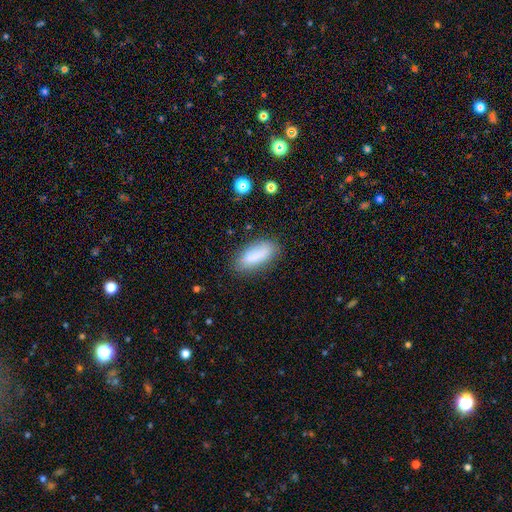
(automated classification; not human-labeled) This is clearly a smooth galaxy (84%). How rounded: likely in between (79%). Merging: likely none (78%).